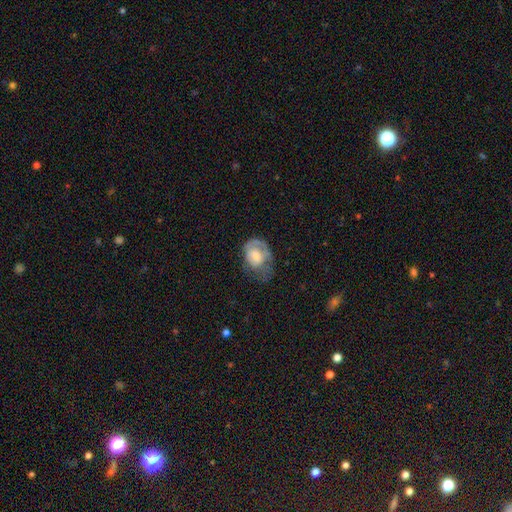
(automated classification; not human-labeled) smooth_or_featured: smooth (p=0.52) [alt: featured or disk p=0.40]
how_rounded: in between (p=0.66) [alt: round p=0.33]
merging: major disturbance (p=0.38) [alt: minor disturbance p=0.32]